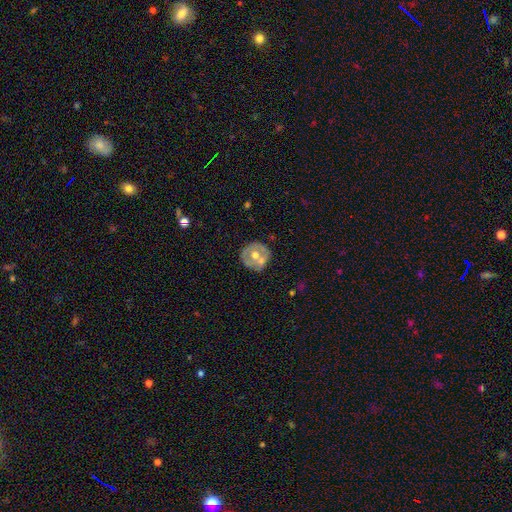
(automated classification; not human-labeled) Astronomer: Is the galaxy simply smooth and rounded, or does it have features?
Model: featured or disk — 55% (runner-up: smooth, 38%).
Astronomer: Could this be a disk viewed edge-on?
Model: no — 95%.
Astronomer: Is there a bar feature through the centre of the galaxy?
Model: no — 83%.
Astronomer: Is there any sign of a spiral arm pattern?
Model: no — 84%.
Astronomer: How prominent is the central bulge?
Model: moderate — 82%.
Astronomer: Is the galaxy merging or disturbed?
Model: none — 66%.